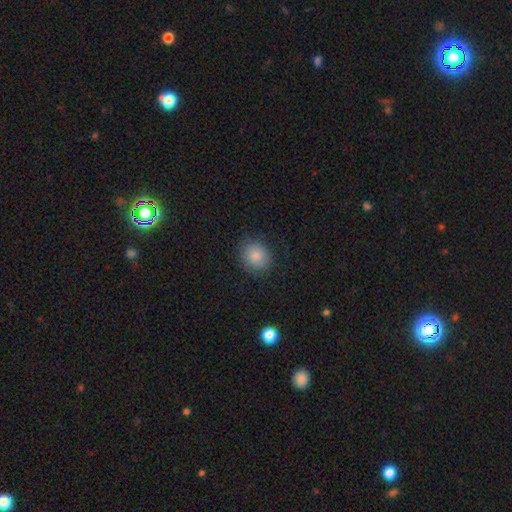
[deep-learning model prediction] smooth_or_featured: smooth (p=0.85) [alt: star or artifact p=0.09]
how_rounded: round (p=0.74) [alt: in between p=0.25]
merging: none (p=0.85) [alt: minor disturbance p=0.10]